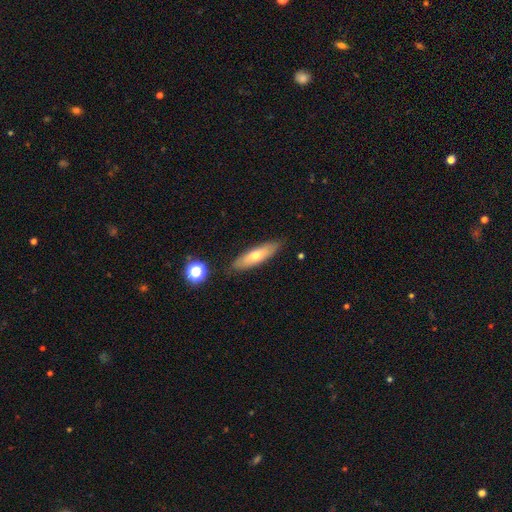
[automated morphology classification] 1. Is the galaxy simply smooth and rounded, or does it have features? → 60% smooth, 33% featured or disk, 7% star or artifact.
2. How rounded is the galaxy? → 65% cigar-shaped, 33% in between, 2% round.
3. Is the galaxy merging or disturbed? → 86% none, 10% minor disturbance, 2% major disturbance, 2% merger.